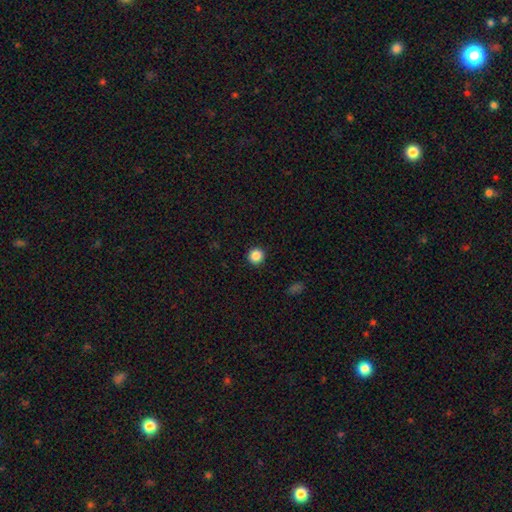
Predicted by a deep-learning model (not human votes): This is clearly a smooth galaxy (86%). How rounded: clearly round (95%). Merging: clearly none (93%).